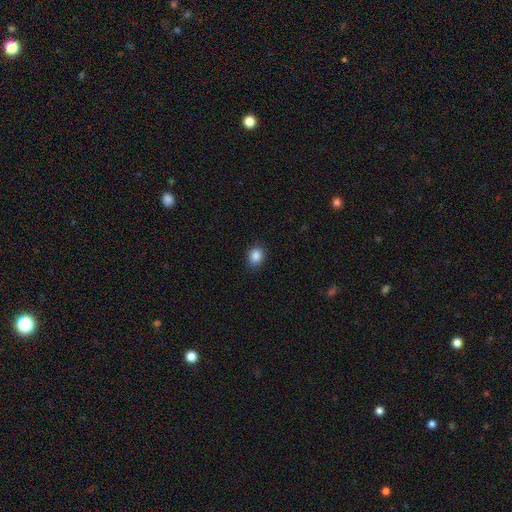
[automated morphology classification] A smooth galaxy with no disk features (87%) that is round (52%).

Vote fractions:
- Smooth or featured? smooth: 87% / star or artifact: 9% / featured or disk: 4%
- How rounded? round: 52% / in between: 47% / cigar-shaped: 1%
- Merging? none: 88% / minor disturbance: 8% / major disturbance: 2% / merger: 1%